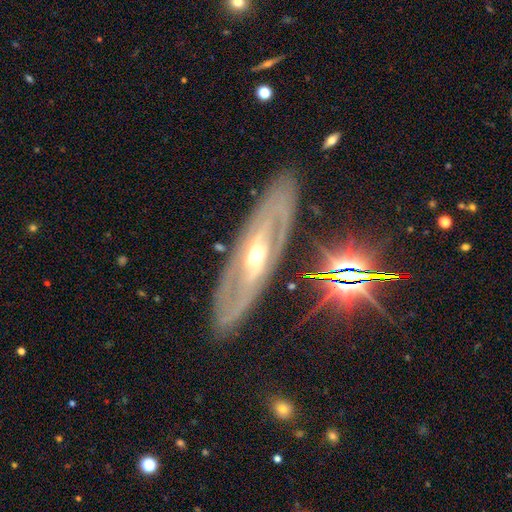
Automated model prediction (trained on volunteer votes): This is likely a featured or disk galaxy (80%). It is likely not viewed edge-on (73%). Bar: marginally no (34%, tied with weak). Spiral arm pattern: likely yes (71%). Central bulge: possibly moderate (56%). Merging: clearly none (84%).